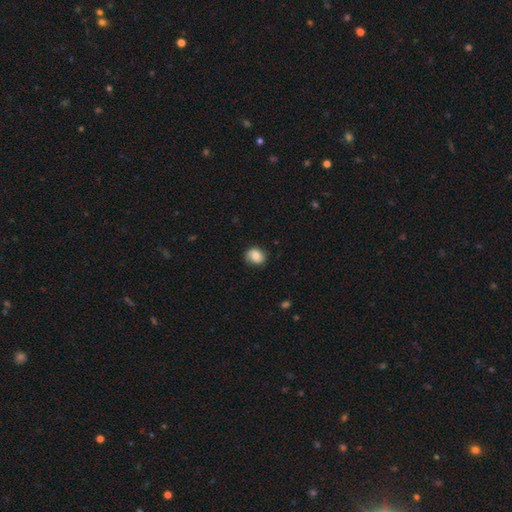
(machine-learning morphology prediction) A smooth galaxy with no disk features (74%) that is round (64%).

Vote fractions:
- Smooth or featured? smooth: 74% / featured or disk: 17% / star or artifact: 9%
- How rounded? round: 64% / in between: 35% / cigar-shaped: 1%
- Merging? none: 76% / minor disturbance: 19% / major disturbance: 4% / merger: 1%